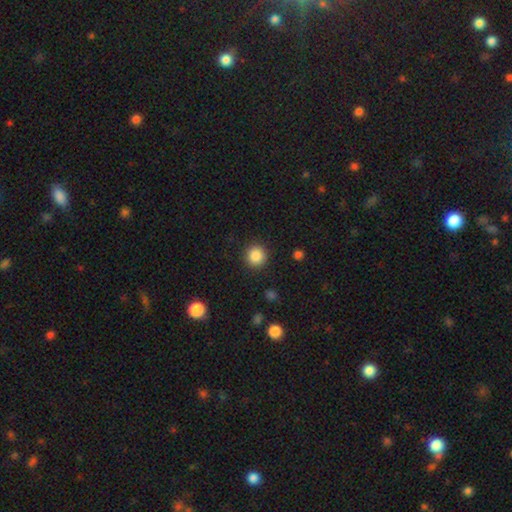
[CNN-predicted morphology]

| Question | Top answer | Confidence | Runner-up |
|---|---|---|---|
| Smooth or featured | smooth | 87% | star or artifact (9%) |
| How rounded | round | 94% | in between (5%) |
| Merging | none | 91% | minor disturbance (6%) |